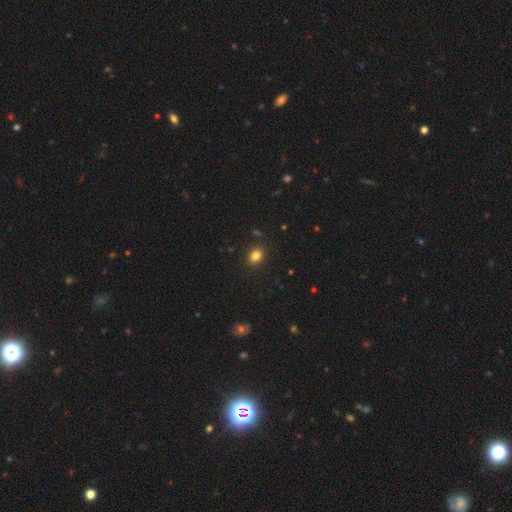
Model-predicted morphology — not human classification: Smooth or featured? smooth (82%)
How rounded? round (50%)
Merging? none (89%)